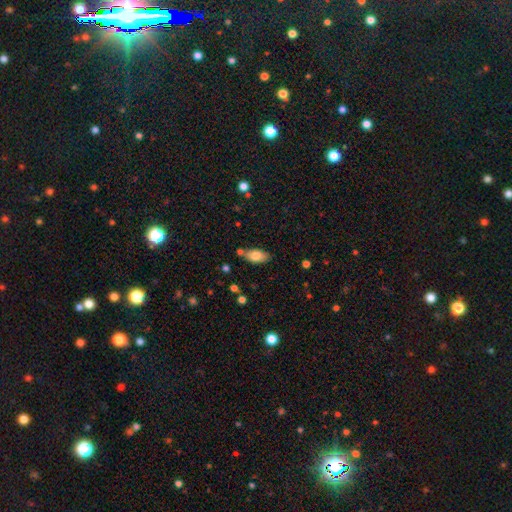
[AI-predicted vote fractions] This is likely a smooth galaxy (79%). How rounded: clearly in between (91%). Merging: likely none (74%).